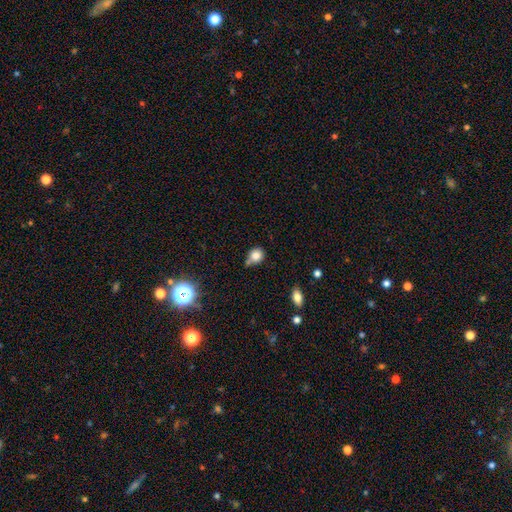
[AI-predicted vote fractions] Smooth or featured? smooth (80%)
How rounded? round (72%)
Merging? none (50%)